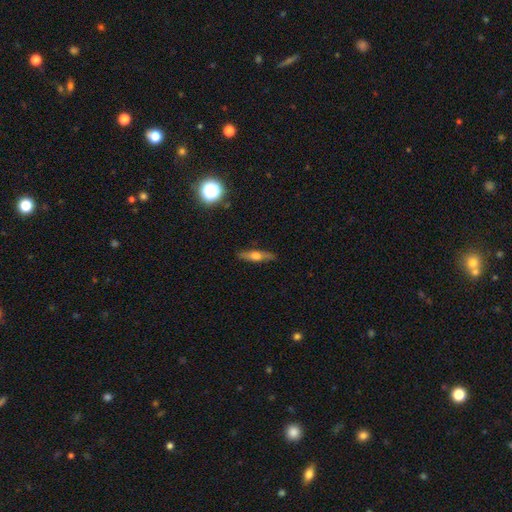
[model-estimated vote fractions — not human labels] This appears to be a featured or disk galaxy (48%). Merging: none (86%).